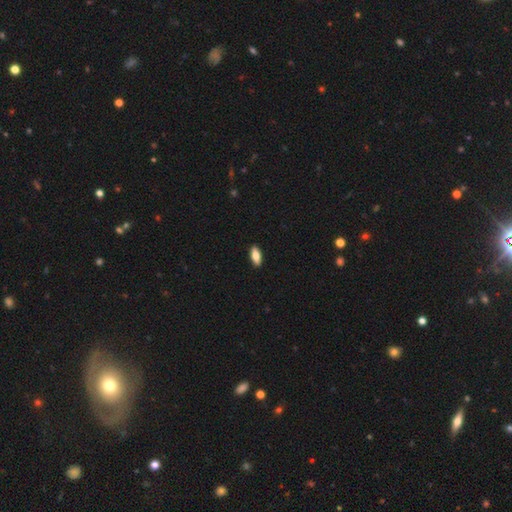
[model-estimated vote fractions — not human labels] smooth_or_featured: smooth (p=0.78) [alt: featured or disk p=0.16]
how_rounded: in between (p=0.80) [alt: cigar-shaped p=0.17]
merging: none (p=0.91) [alt: minor disturbance p=0.07]